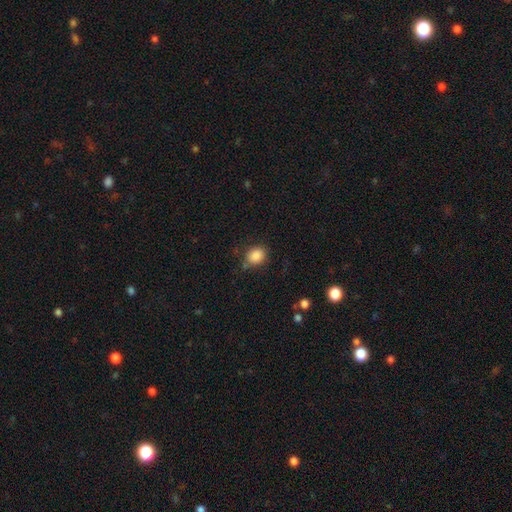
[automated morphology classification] A smooth galaxy with no disk features (86%) that is round (68%).

Vote fractions:
- Smooth or featured? smooth: 86% / star or artifact: 10% / featured or disk: 5%
- How rounded? round: 68% / in between: 31% / cigar-shaped: 1%
- Merging? none: 77% / minor disturbance: 15% / major disturbance: 4% / merger: 4%